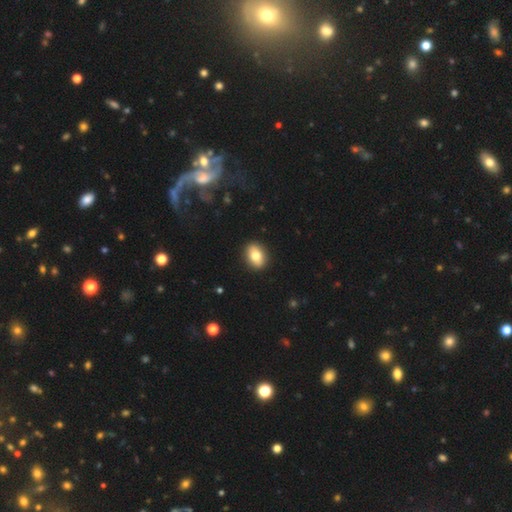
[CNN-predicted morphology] This is likely a smooth galaxy (79%). How rounded: likely in between (72%). Merging: clearly none (90%).